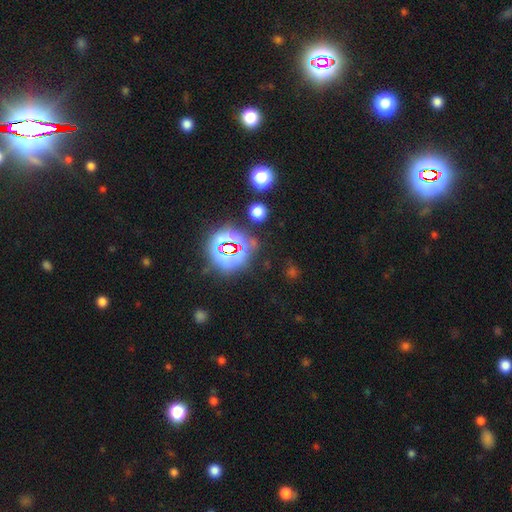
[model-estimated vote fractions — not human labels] Smooth or featured? star or artifact (83%)